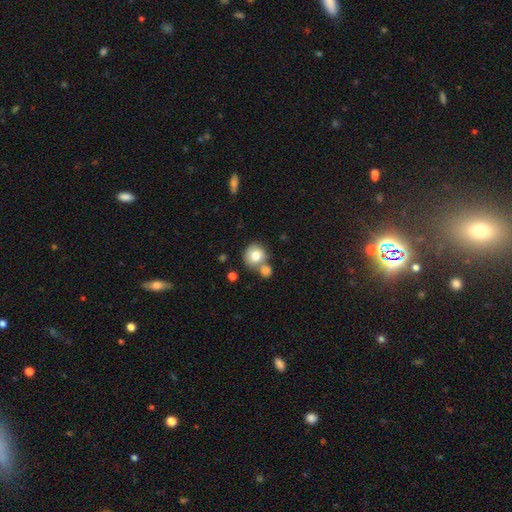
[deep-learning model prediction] The model was most divided on "merging": none: 47%, merger: 38%, minor disturbance: 11%, major disturbance: 4%. More confident: how rounded — round (84%); smooth or featured — smooth (78%).